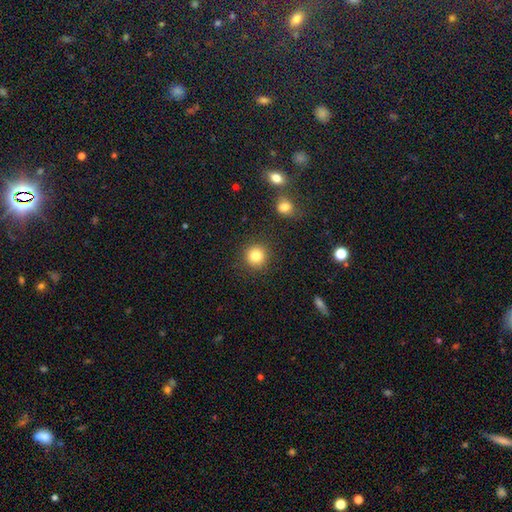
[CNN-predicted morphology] Smooth or featured? Predicted: smooth (p=0.83). How rounded? Predicted: round (p=0.93). Merging? Predicted: none (p=0.89).